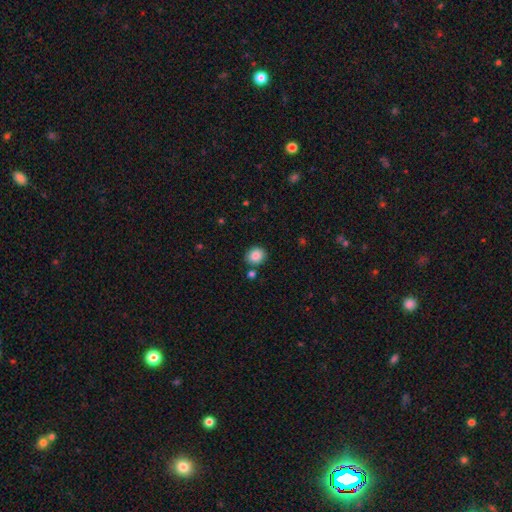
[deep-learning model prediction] smooth-or-featured: smooth: 87% | star or artifact: 9% | featured or disk: 5%
  how-rounded: round: 79% | in between: 20% | cigar-shaped: 1%
  merging: none: 82% | minor disturbance: 9% | merger: 6% | major disturbance: 3%